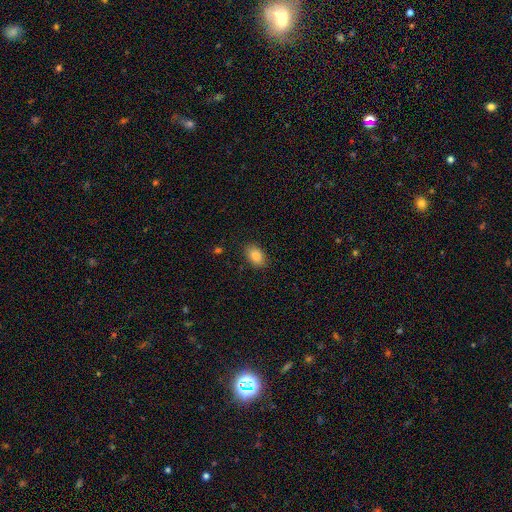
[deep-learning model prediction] smooth_or_featured: smooth (p=0.87) [alt: star or artifact p=0.08]
how_rounded: in between (p=0.88) [alt: round p=0.11]
merging: none (p=0.86) [alt: minor disturbance p=0.10]